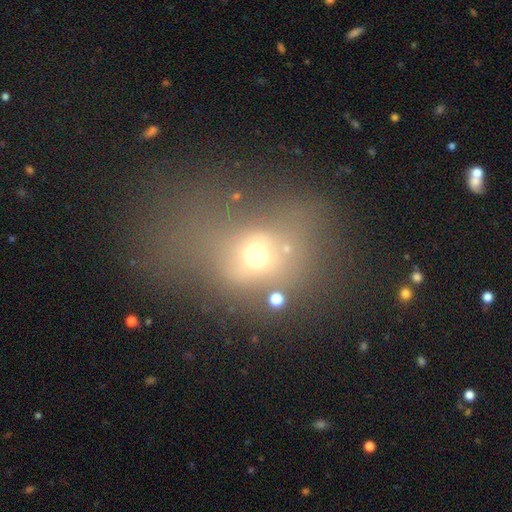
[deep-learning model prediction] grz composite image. It shows a smooth galaxy with no disk features (55%) that is in between round and cigar-shaped (53%). Merging: none (42%).